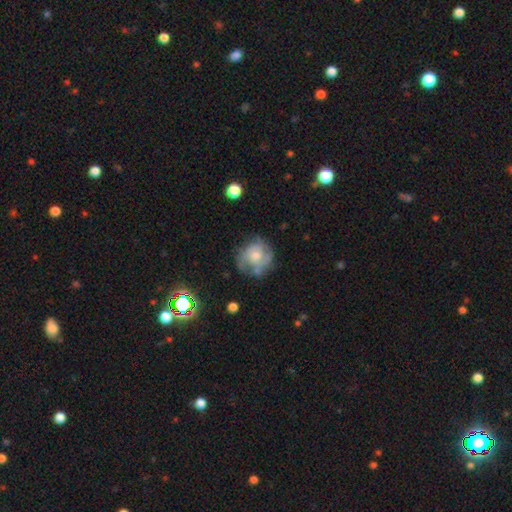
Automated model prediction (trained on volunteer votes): smooth_or_featured: featured or disk (p=0.59) [alt: smooth p=0.33]
disk_edge_on: no (p=0.98) [alt: yes p=0.02]
bar: no (p=0.81) [alt: weak p=0.16]
has_spiral_arms: yes (p=0.73) [alt: no p=0.27]
bulge_size: moderate (p=0.45) [alt: small p=0.43]
merging: none (p=0.59) [alt: minor disturbance p=0.24]